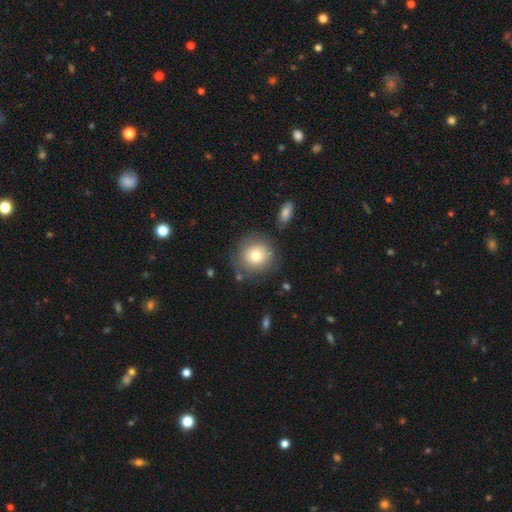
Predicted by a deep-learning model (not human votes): Smooth or featured: smooth — 74% (featured or disk — 16%)
How rounded: round — 90% (in between — 9%)
Merging: none — 77% (minor disturbance — 14%)